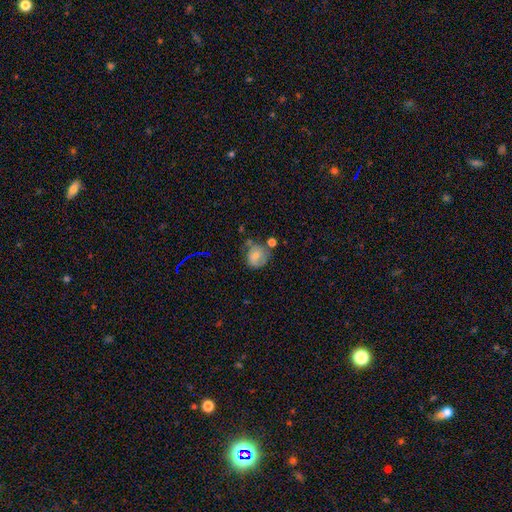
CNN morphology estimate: This appears to be a smooth galaxy with no disk features (56%) that is round (76%). Merging: none (47%).